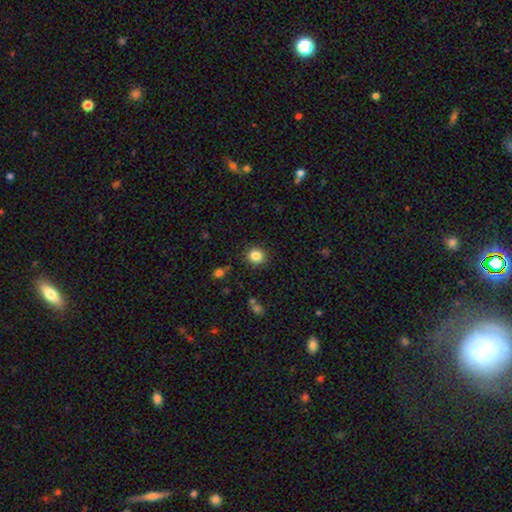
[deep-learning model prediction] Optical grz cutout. It shows a smooth galaxy with no disk features (84%) that is round (85%). Merging: none (89%).